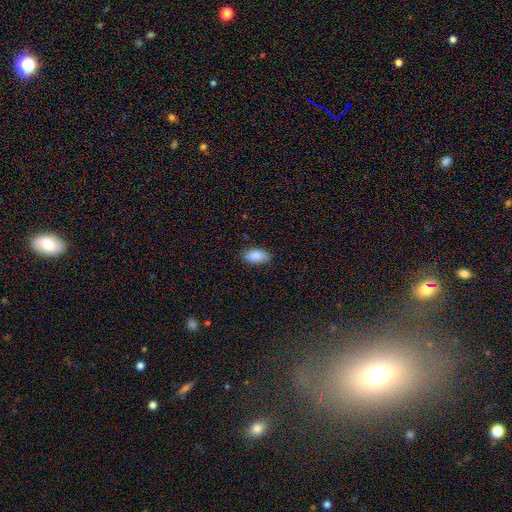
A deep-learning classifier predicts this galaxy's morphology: This appears to be a smooth galaxy with no disk features (84%) that is in between round and cigar-shaped (91%). Merging: none (81%).